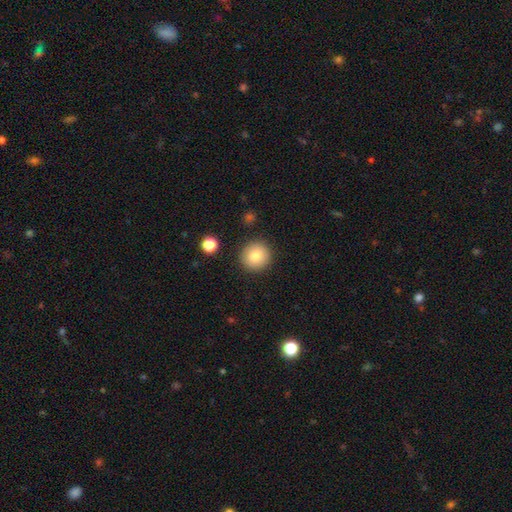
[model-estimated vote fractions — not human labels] smooth_or_featured: smooth (p=0.81) [alt: star or artifact p=0.09]
how_rounded: round (p=0.94) [alt: in between p=0.05]
merging: none (p=0.90) [alt: minor disturbance p=0.06]